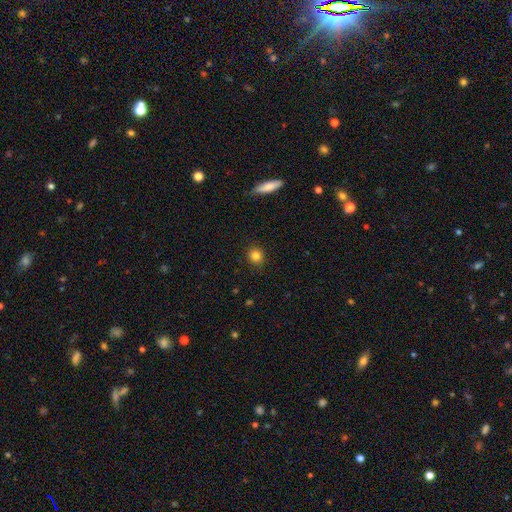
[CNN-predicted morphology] Q: Smooth or featured?
A: smooth (83%); runner-up: star or artifact (11%)
Q: How rounded?
A: round (86%); runner-up: in between (12%)
Q: Merging?
A: none (90%); runner-up: minor disturbance (7%)